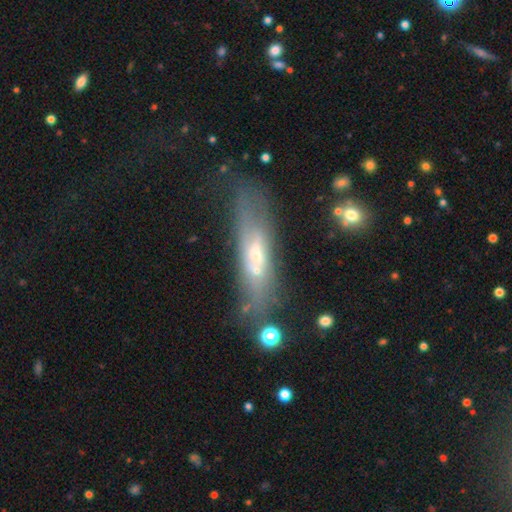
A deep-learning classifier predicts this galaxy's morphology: Smooth or featured? featured or disk (53%)
Edge-on disk? yes (51%)
Merging? none (60%)